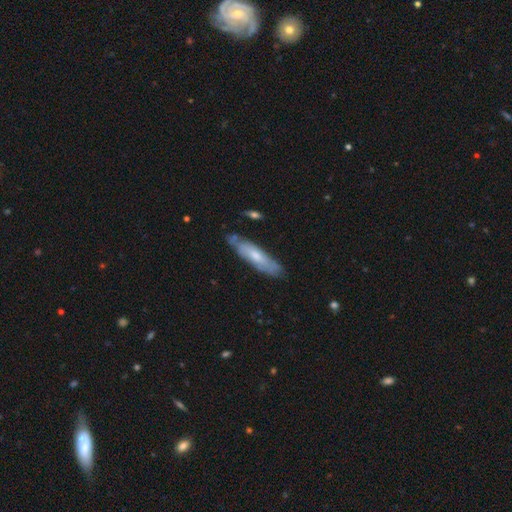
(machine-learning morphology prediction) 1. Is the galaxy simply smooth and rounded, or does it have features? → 48% smooth, 46% featured or disk, 6% star or artifact.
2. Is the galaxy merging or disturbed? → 72% none, 21% minor disturbance, 4% major disturbance, 4% merger.